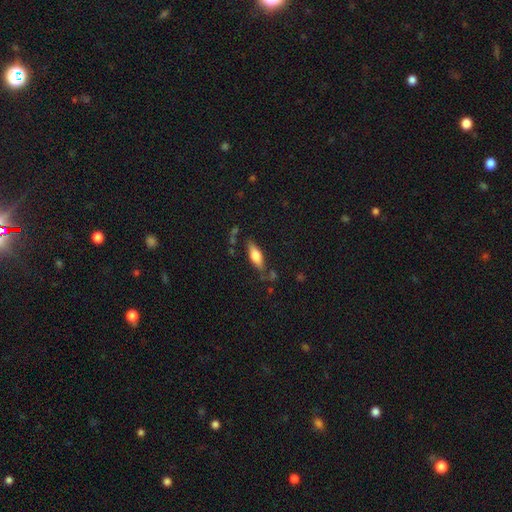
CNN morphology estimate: This appears to be a smooth galaxy with no disk features (66%) that is in between round and cigar-shaped (63%). Merging: none (72%).